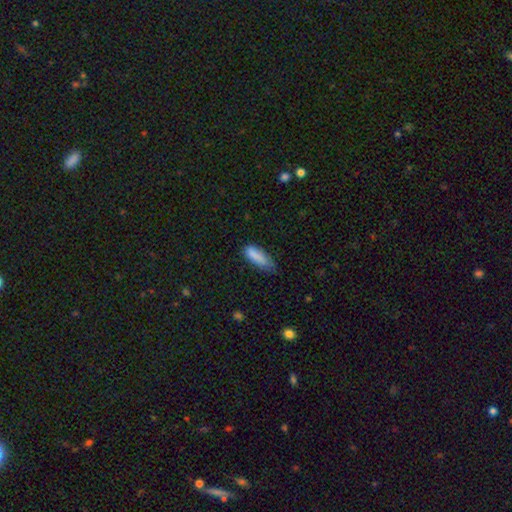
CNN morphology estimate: This is clearly a smooth galaxy (86%). How rounded: possibly in between (57%). Merging: possibly none (47%).